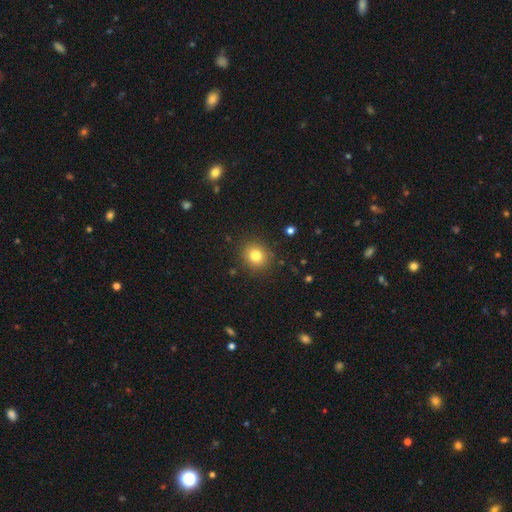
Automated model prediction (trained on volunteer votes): A smooth galaxy with no disk features (80%) that is round (82%). Merging: none (89%).